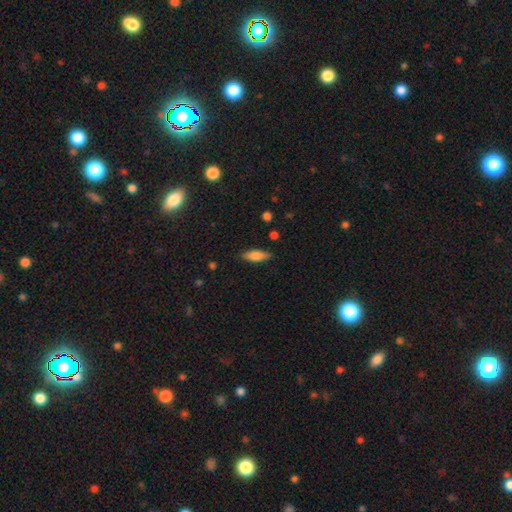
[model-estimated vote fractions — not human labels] A smooth galaxy with no disk features (74%) that is in between round and cigar-shaped (61%).

Vote fractions:
- Smooth or featured? smooth: 74% / featured or disk: 20% / star or artifact: 7%
- How rounded? in between: 61% / cigar-shaped: 36% / round: 2%
- Merging? none: 85% / minor disturbance: 11% / major disturbance: 2% / merger: 1%